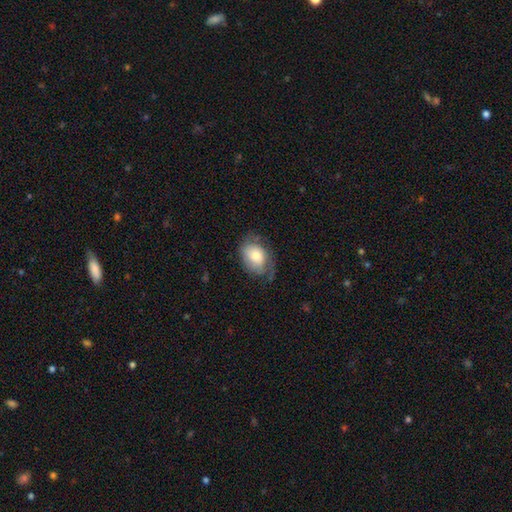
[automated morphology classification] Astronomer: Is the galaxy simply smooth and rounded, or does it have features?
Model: smooth — 55% (runner-up: featured or disk, 38%).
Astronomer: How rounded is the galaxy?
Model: in between — 77%.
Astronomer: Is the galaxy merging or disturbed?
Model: none — 47% (runner-up: minor disturbance, 31%).